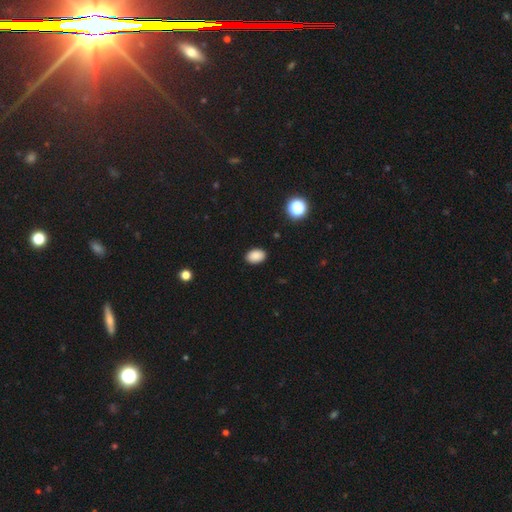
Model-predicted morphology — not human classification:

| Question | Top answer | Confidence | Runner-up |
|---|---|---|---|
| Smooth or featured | smooth | 86% | star or artifact (10%) |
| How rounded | in between | 82% | round (17%) |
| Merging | none | 89% | minor disturbance (8%) |